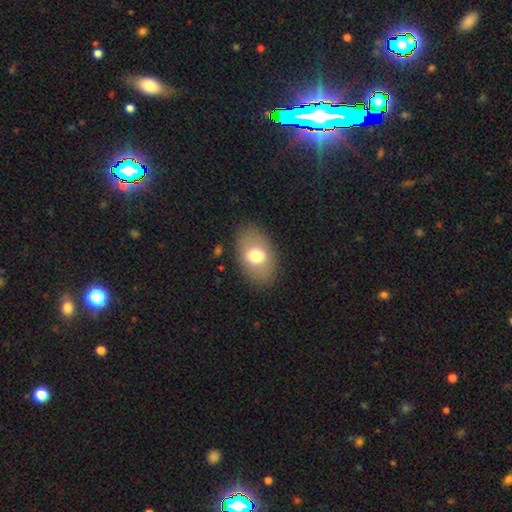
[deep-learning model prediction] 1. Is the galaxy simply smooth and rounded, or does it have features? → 69% smooth, 23% featured or disk, 8% star or artifact.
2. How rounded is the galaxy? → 85% in between, 14% round, 1% cigar-shaped.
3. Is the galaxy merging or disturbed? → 84% none, 11% minor disturbance, 4% major disturbance, 1% merger.